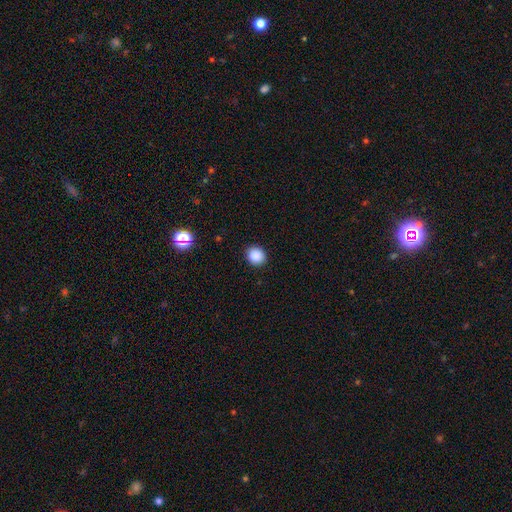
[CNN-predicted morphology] smooth-or-featured: smooth: 87% | star or artifact: 10% | featured or disk: 3%
  how-rounded: round: 80% | in between: 19% | cigar-shaped: 1%
  merging: none: 92% | minor disturbance: 6% | major disturbance: 2% | merger: 1%